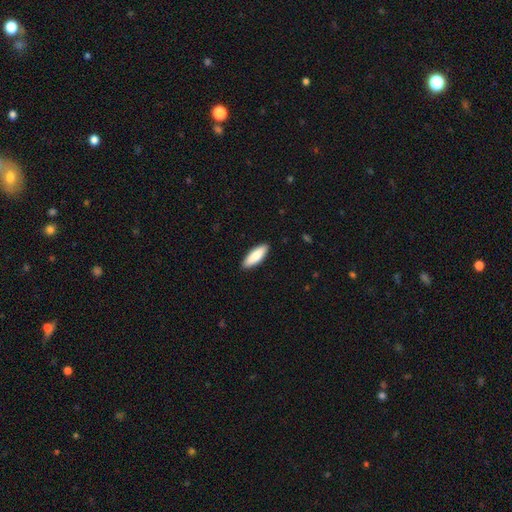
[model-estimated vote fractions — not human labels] A smooth galaxy with no disk features (86%) that is in between round and cigar-shaped (58%).

Vote fractions:
- Smooth or featured? smooth: 86% / featured or disk: 9% / star or artifact: 5%
- How rounded? in between: 58% / cigar-shaped: 40% / round: 2%
- Merging? none: 90% / minor disturbance: 8% / major disturbance: 2% / merger: 1%